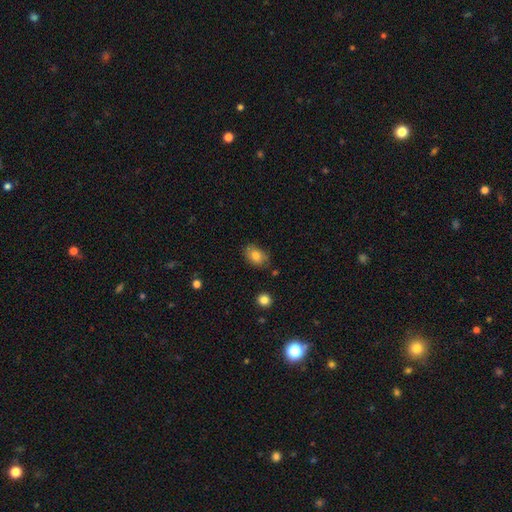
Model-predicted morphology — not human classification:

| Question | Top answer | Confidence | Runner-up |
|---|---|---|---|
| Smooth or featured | smooth | 79% | featured or disk (12%) |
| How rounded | in between | 83% | round (16%) |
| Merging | none | 75% | minor disturbance (19%) |